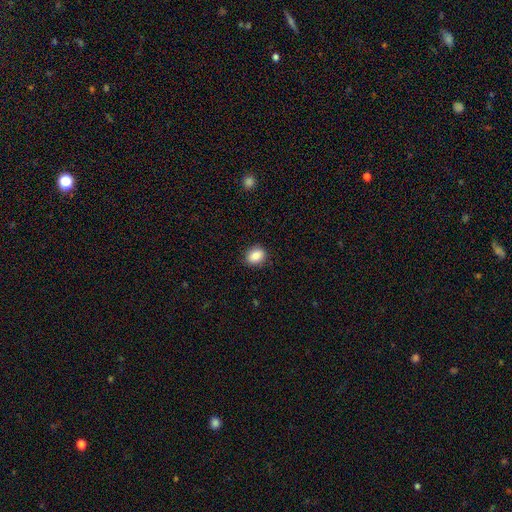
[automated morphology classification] Overall: smooth (87%). How rounded: in between (51%; round 48%). Merging: none (87%).